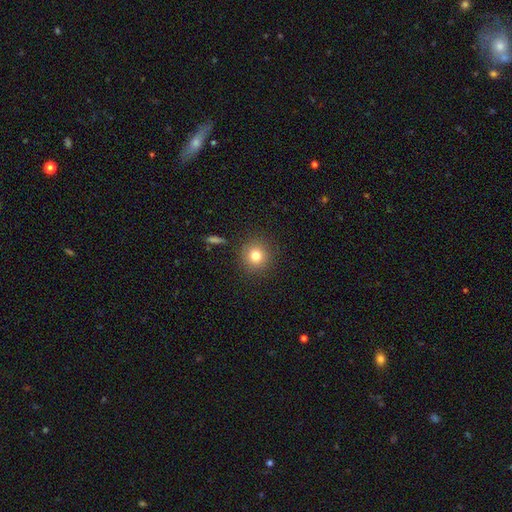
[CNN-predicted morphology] This is likely a smooth galaxy (79%). How rounded: clearly round (93%). Merging: clearly none (89%).